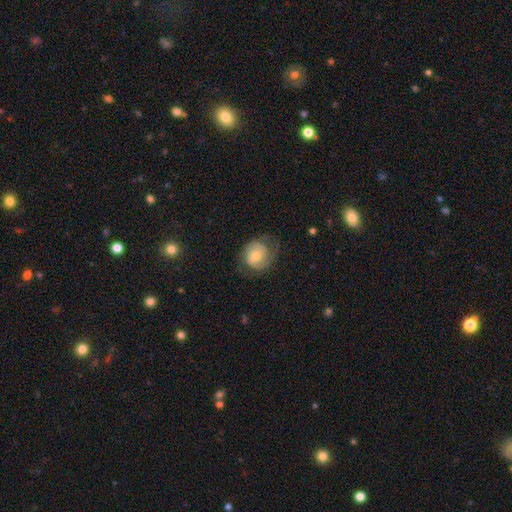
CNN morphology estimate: type=featured or disk (56%); edge-on=no (97%); bar=no (70%); spiral arms=yes (83%); bulge=moderate (60%); merging=none (61%).